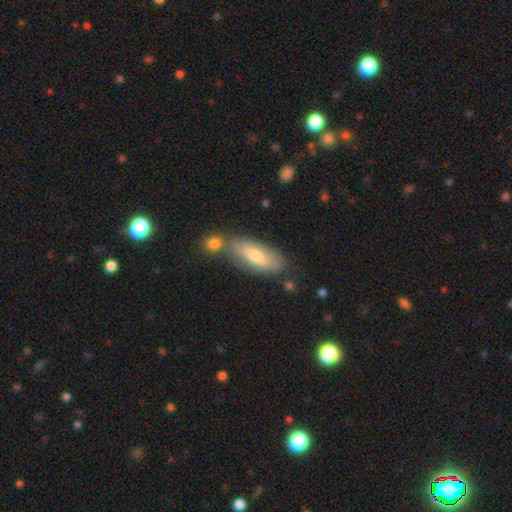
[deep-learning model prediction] Overall: smooth (59%; featured or disk 34%). How rounded: in between (70%). Merging: none (61%).